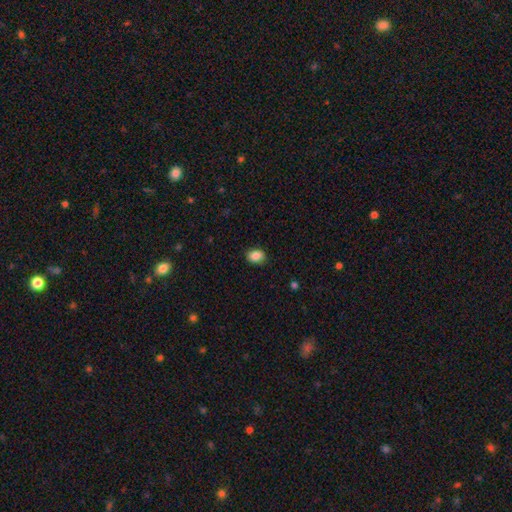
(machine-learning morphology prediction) Smooth or featured? smooth (87%)
How rounded? in between (64%)
Merging? none (86%)